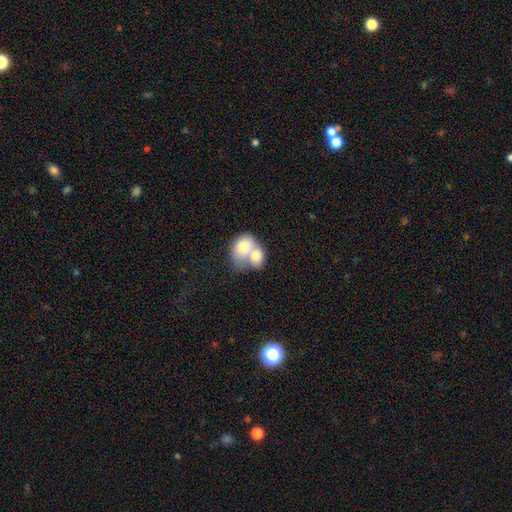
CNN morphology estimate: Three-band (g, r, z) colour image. It shows a smooth galaxy with no disk features (75%) that is in between round and cigar-shaped (70%). Merging: merger (76%).